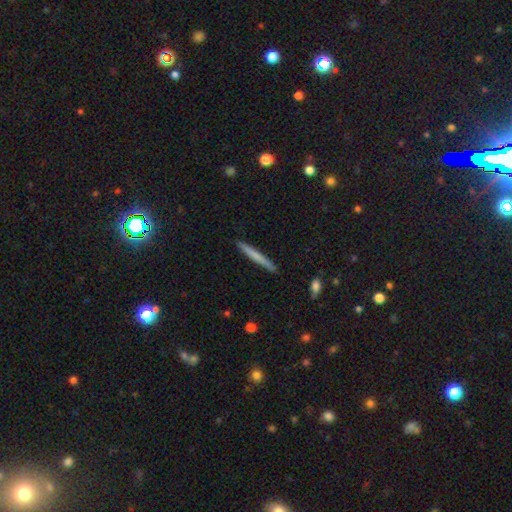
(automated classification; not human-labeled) Morphology: type=smooth (62%); roundness=cigar-shaped (97%); merging=none (90%).